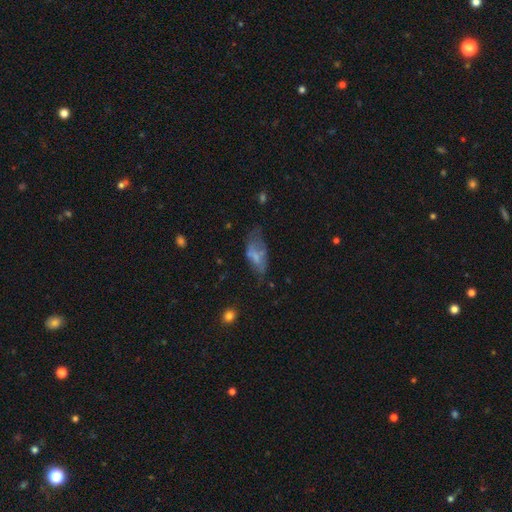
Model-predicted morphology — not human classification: Smooth or featured? smooth (53%)
How rounded? in between (84%)
Merging? none (33%)